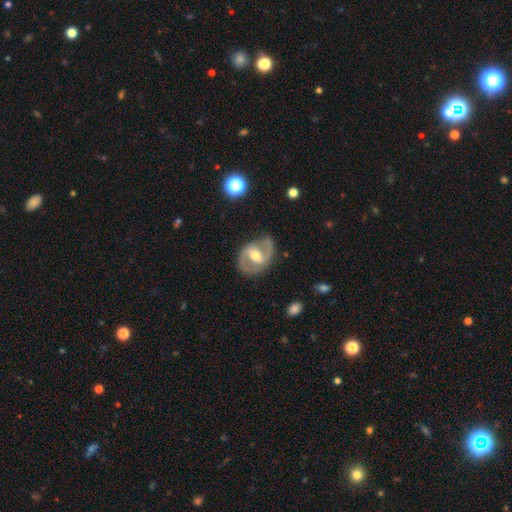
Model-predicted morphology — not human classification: This appears to be a featured or disk galaxy (83%) with a weak bar (46%), 2 (90%) medium (55%) spiral arms (89%) and a moderate central bulge (72%). Merging: none (79%).